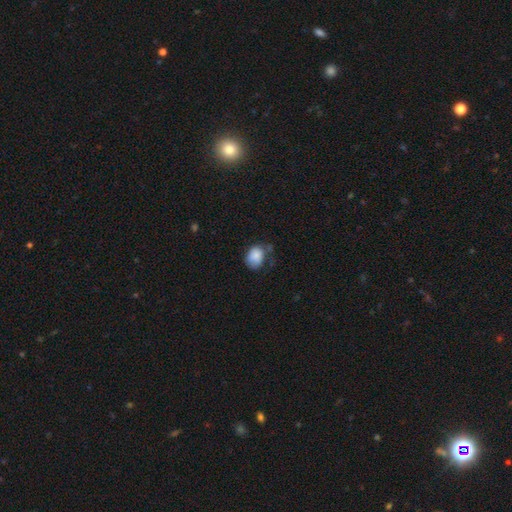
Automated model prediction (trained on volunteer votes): This is clearly a smooth galaxy (83%). How rounded: likely in between (61%). Merging: marginally none (45%).